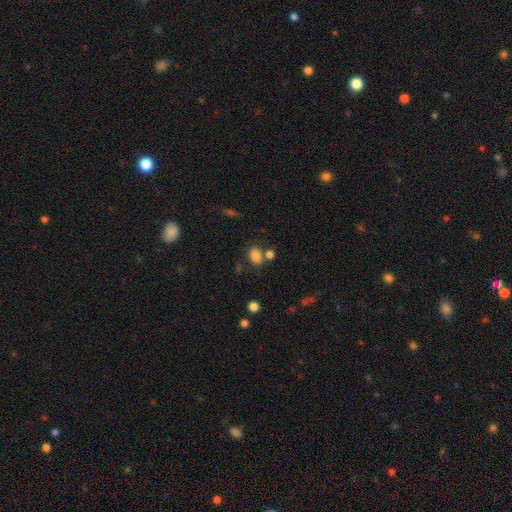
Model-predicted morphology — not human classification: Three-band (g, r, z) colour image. It shows a smooth galaxy with no disk features (80%) that is in between round and cigar-shaped (64%). Merging: none (64%).